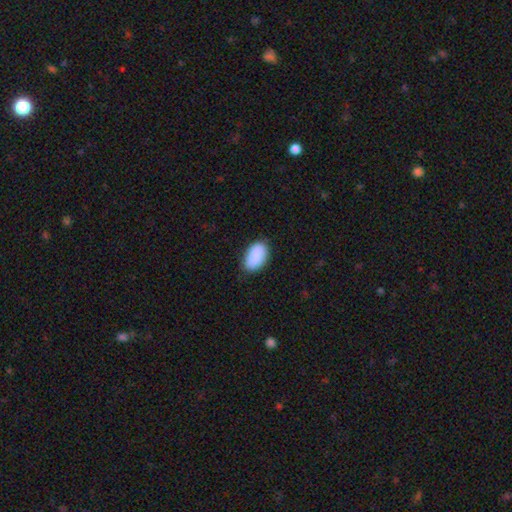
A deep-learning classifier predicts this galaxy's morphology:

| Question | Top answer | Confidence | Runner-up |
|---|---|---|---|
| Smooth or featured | smooth | 89% | star or artifact (7%) |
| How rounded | in between | 93% | round (5%) |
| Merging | none | 77% | minor disturbance (19%) |